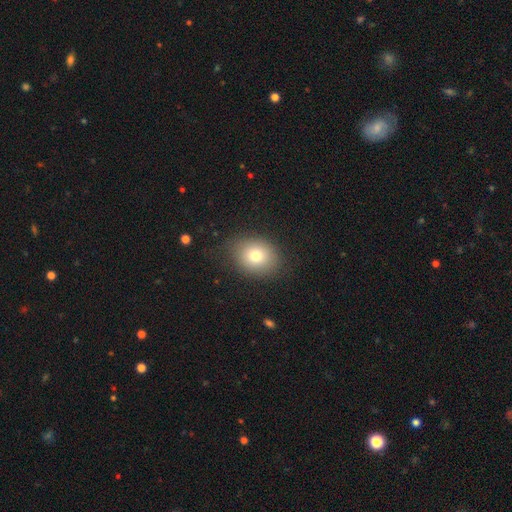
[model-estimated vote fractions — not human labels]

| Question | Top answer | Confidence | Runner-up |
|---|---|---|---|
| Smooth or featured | smooth | 77% | featured or disk (12%) |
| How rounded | round | 55% | in between (44%) |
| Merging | none | 80% | minor disturbance (13%) |